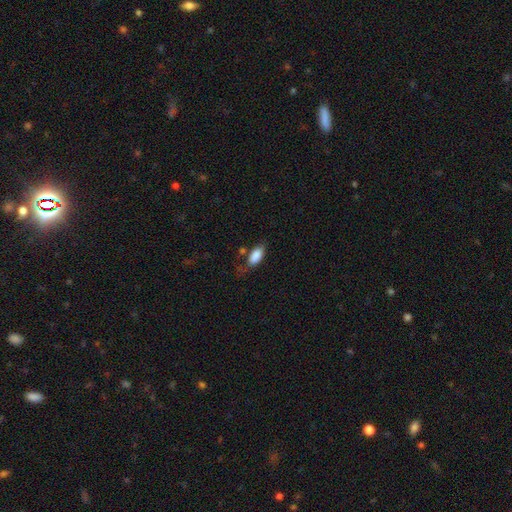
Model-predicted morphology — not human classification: type=smooth (86%); roundness=in between (89%); merging=none (58%).